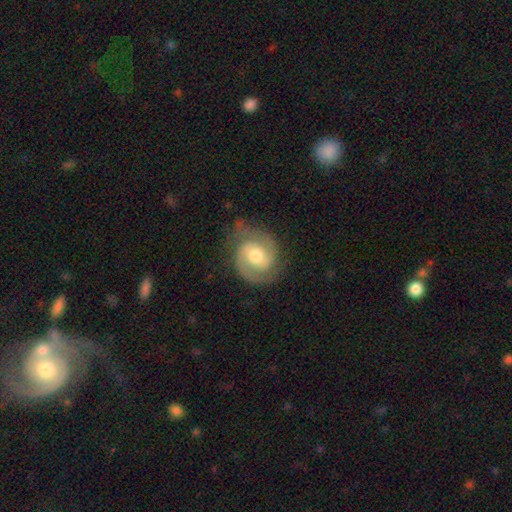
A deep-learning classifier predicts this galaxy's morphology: Overall: featured or disk (82%). Edge-on disk: no (98%). Bar: no (48%; weak 42%). Spiral arms: yes (96%). Spiral arm count: 2 (89%). Spiral winding: medium (48%; tight 41%). Bulge size: moderate (65%). Merging: none (72%).